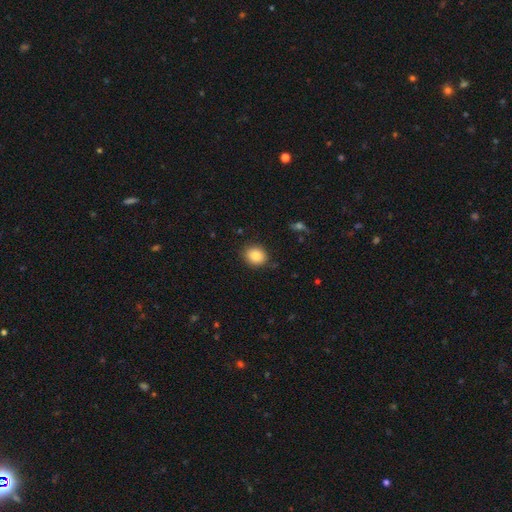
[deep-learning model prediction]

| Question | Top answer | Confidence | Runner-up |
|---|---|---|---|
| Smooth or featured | smooth | 86% | star or artifact (9%) |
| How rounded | round | 61% | in between (38%) |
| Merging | none | 86% | minor disturbance (10%) |